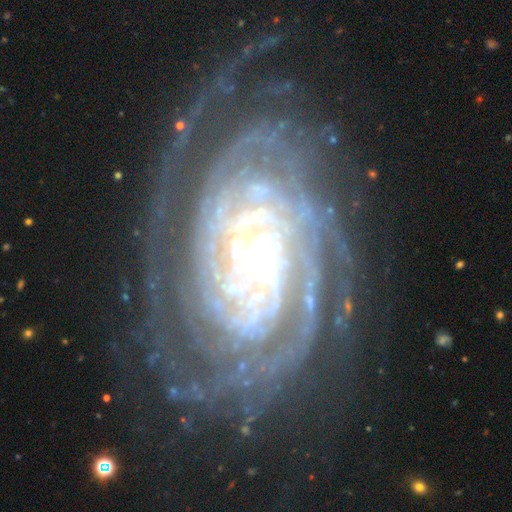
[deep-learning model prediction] This appears to be a featured or disk galaxy (90%) with no bar (43%), can't tell (22%, tied with more than 4) tight (80%) spiral arms (98%) and a small central bulge (68%). Merging: none (71%).